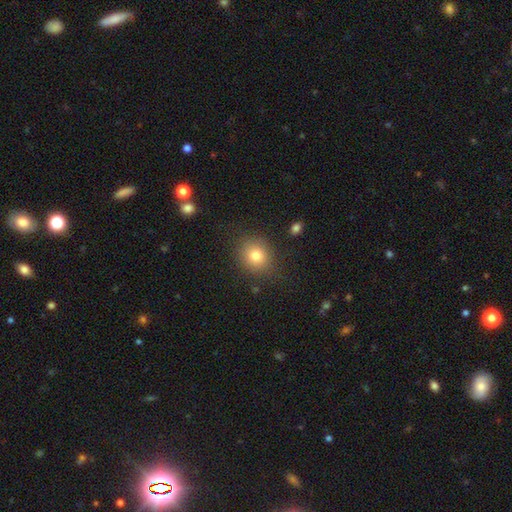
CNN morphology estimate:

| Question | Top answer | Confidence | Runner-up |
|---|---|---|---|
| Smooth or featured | smooth | 79% | star or artifact (12%) |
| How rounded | round | 70% | in between (29%) |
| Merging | none | 84% | minor disturbance (10%) |